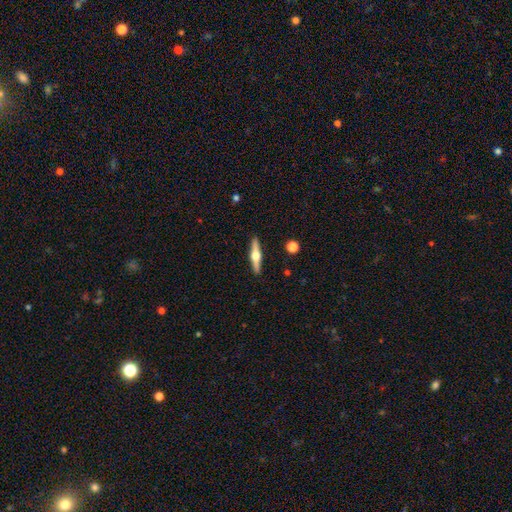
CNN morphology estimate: A featured or disk galaxy (68%) viewed edge-on (97%) with a rounded central bulge (96%).

Vote fractions:
- Smooth or featured? featured or disk: 68% / smooth: 27% / star or artifact: 5%
- Edge-on disk? yes: 97% / no: 3%
- Edge-on bulge? rounded: 96% / boxy: 2% / none: 2%
- Merging? none: 91% / minor disturbance: 6% / major disturbance: 1% / merger: 1%